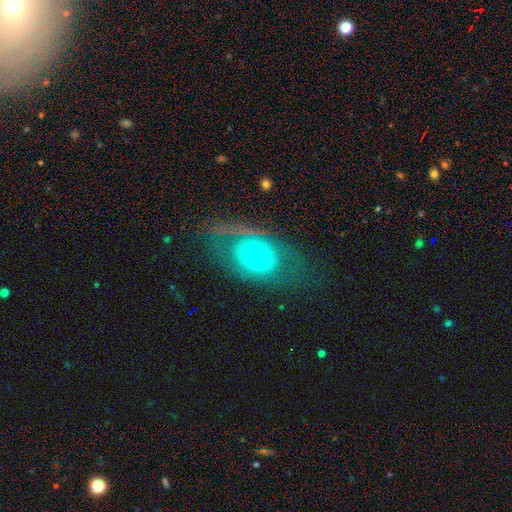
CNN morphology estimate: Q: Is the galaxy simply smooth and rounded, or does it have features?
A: featured or disk — 59%.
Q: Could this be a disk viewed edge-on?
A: no — 90%.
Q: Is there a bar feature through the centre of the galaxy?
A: no — 84%.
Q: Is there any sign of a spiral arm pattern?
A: no — 69%.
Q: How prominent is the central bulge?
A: small — 52%.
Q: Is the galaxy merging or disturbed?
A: none — 56%.